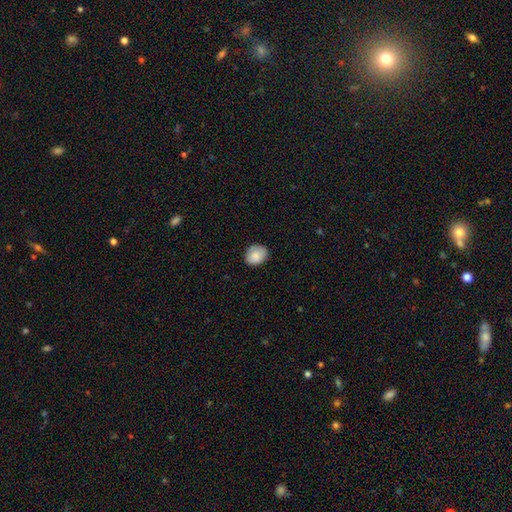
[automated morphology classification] A smooth galaxy with no disk features (85%) that is round (52%).

Vote fractions:
- Smooth or featured? smooth: 85% / star or artifact: 8% / featured or disk: 7%
- How rounded? round: 52% / in between: 47% / cigar-shaped: 1%
- Merging? none: 79% / minor disturbance: 17% / major disturbance: 3% / merger: 1%